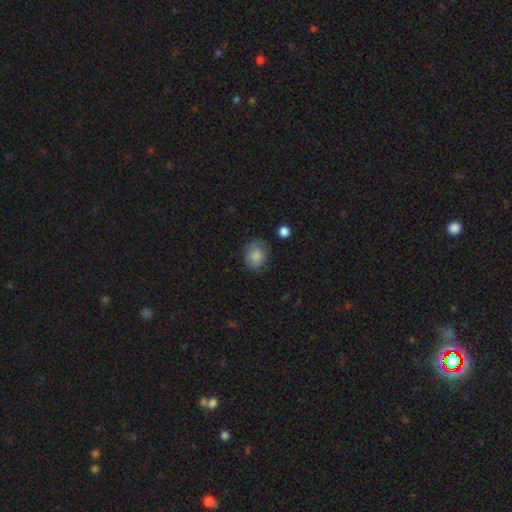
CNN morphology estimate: Smooth or featured: smooth — 84% (star or artifact — 8%)
How rounded: round — 62% (in between — 37%)
Merging: none — 74% (minor disturbance — 19%)